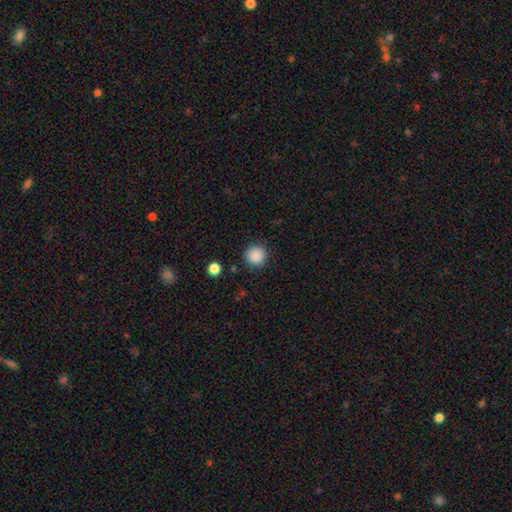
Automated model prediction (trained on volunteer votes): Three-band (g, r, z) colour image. It shows a smooth galaxy with no disk features (88%) that is round (95%). Merging: none (90%).